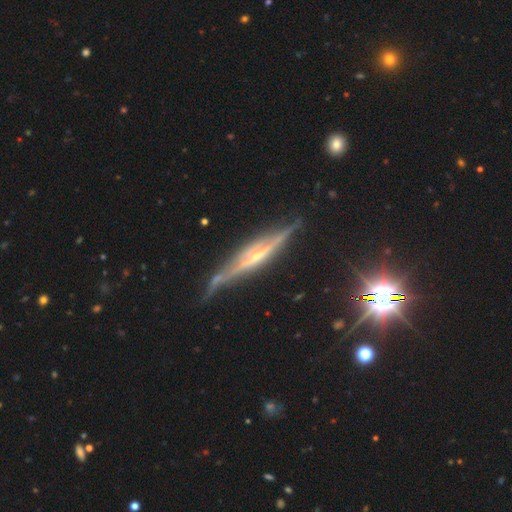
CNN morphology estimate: This is clearly a featured or disk galaxy (84%). It is clearly viewed edge-on (95%). Edge-on bulge: possibly rounded (56%). Merging: likely none (76%).